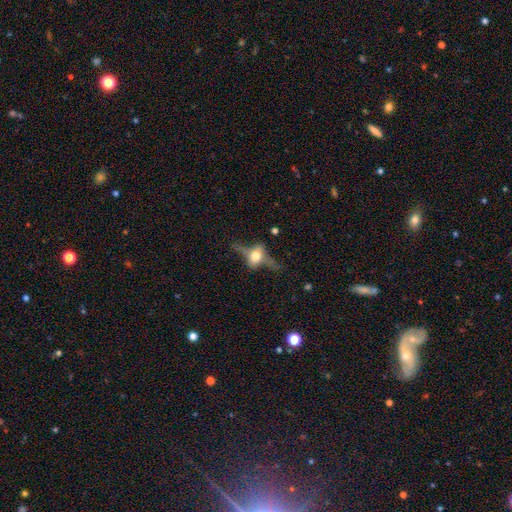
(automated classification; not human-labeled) A featured or disk galaxy (63%) viewed edge-on (81%) with a rounded central bulge (95%).

Vote fractions:
- Smooth or featured? featured or disk: 63% / smooth: 26% / star or artifact: 11%
- Edge-on disk? yes: 81% / no: 19%
- Edge-on bulge? rounded: 95% / boxy: 4% / none: 1%
- Merging? none: 59% / minor disturbance: 19% / major disturbance: 18% / merger: 4%